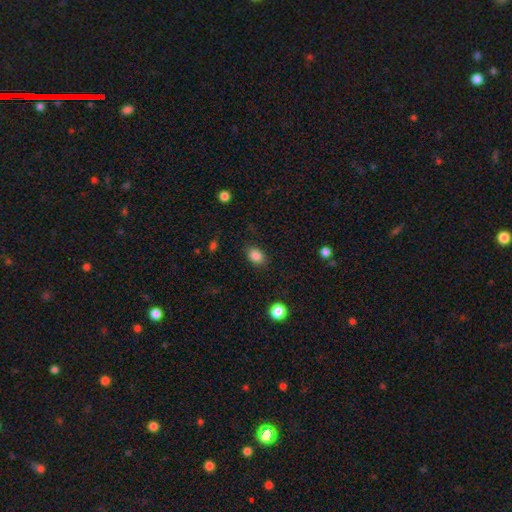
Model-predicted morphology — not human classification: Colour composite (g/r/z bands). It shows a smooth galaxy with no disk features (85%) that is in between round and cigar-shaped (67%). Merging: none (84%).